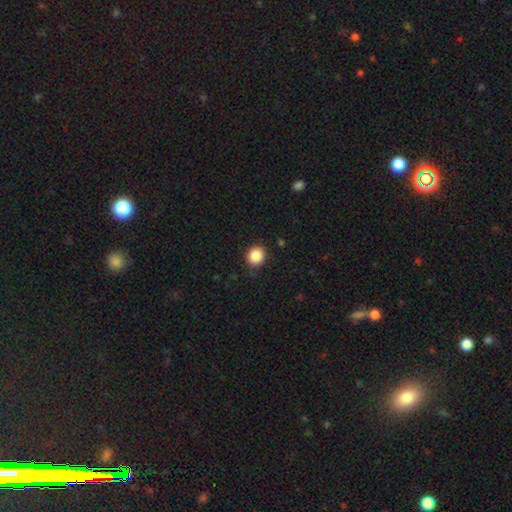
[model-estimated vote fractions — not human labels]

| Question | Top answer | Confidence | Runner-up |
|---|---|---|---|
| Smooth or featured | smooth | 87% | star or artifact (9%) |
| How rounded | round | 80% | in between (19%) |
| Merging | none | 87% | minor disturbance (10%) |